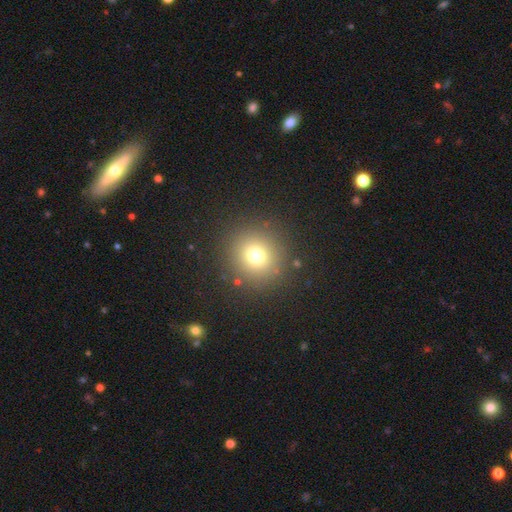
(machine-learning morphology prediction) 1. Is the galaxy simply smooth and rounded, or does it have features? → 74% smooth, 17% star or artifact, 9% featured or disk.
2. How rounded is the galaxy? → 93% round, 6% in between, 1% cigar-shaped.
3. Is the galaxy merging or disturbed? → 88% none, 6% minor disturbance, 3% major disturbance, 2% merger.